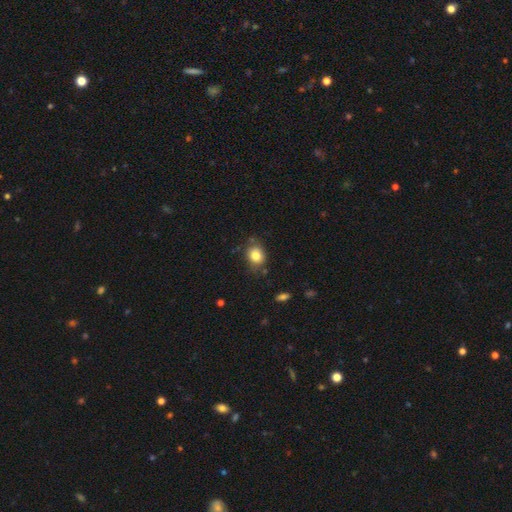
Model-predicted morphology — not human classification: smooth 83%, star or artifact 10%, featured or disk 8%. Down the decision tree: how rounded — round (57%); merging — none (76%).